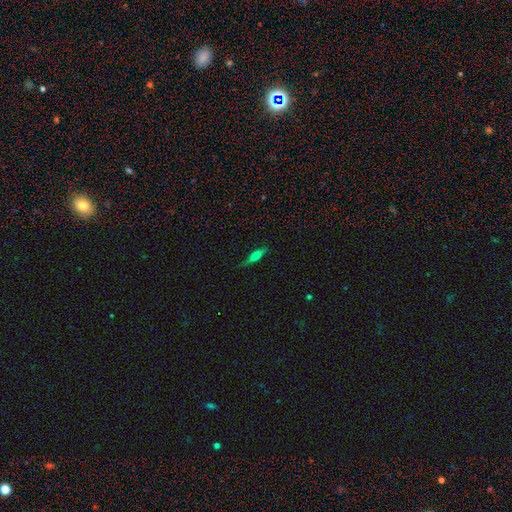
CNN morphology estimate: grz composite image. It shows a smooth galaxy with no disk features (49%). Merging: none (79%).